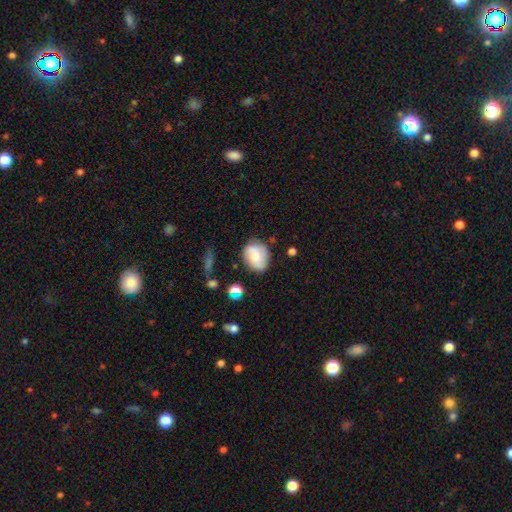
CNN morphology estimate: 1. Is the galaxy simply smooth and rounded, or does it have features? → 55% smooth, 37% featured or disk, 8% star or artifact.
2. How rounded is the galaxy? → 54% in between, 45% round, 1% cigar-shaped.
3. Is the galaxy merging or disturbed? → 73% none, 19% minor disturbance, 5% major disturbance, 3% merger.